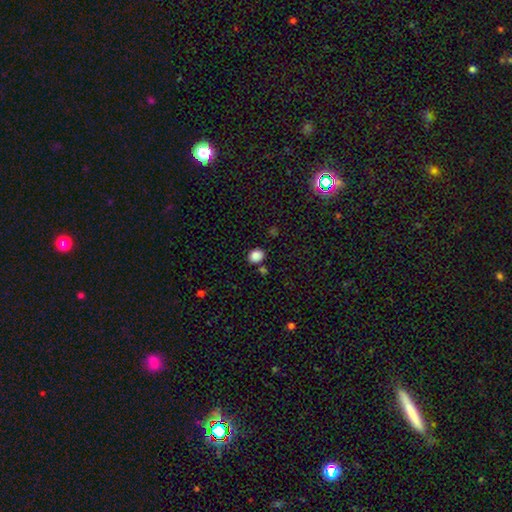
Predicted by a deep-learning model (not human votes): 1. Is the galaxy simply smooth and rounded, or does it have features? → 86% smooth, 10% star or artifact, 4% featured or disk.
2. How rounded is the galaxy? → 52% round, 47% in between, 1% cigar-shaped.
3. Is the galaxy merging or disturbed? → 80% none, 10% minor disturbance, 8% merger, 3% major disturbance.